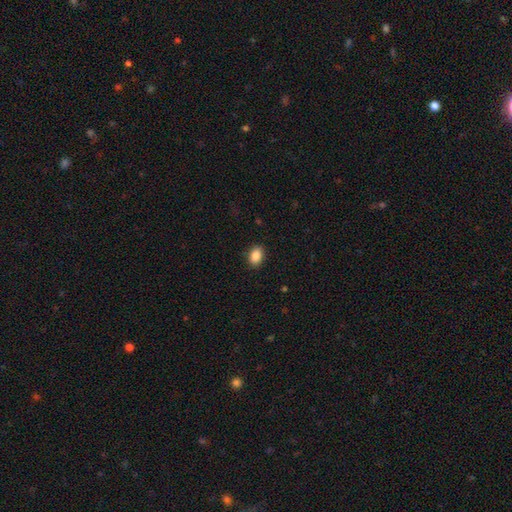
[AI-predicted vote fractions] Smooth or featured?
  - smooth: 88% *
  - star or artifact: 8%
  - featured or disk: 4%
How rounded?
  - in between: 79% *
  - round: 20%
  - cigar-shaped: 1%
Merging?
  - none: 88% *
  - minor disturbance: 8%
  - major disturbance: 2%
  - merger: 1%